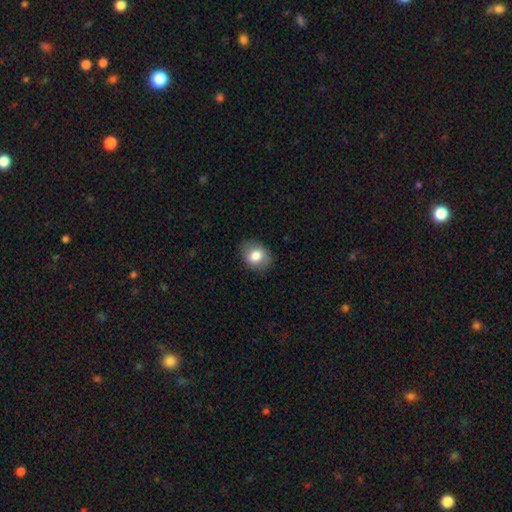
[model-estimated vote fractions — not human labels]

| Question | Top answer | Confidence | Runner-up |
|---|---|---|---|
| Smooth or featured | smooth | 79% | featured or disk (13%) |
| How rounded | round | 50% | in between (49%) |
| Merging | none | 83% | minor disturbance (13%) |